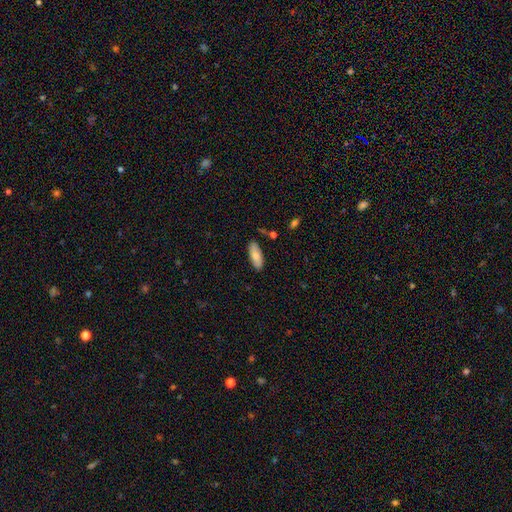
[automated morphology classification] The model was most divided on "how rounded": in between: 79%, cigar-shaped: 19%, round: 2%. More confident: merging — none (83%); smooth or featured — smooth (78%).